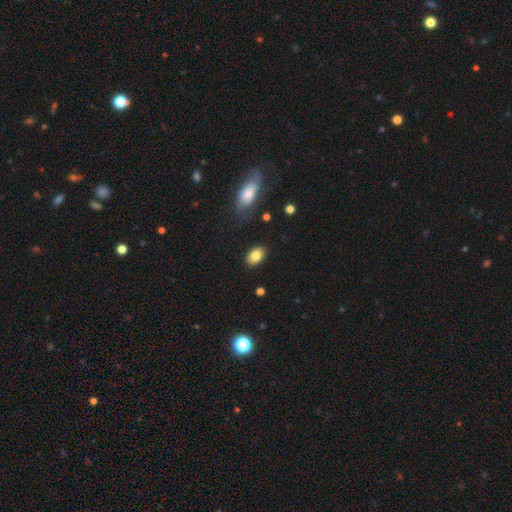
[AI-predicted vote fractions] This is clearly a smooth galaxy (82%). How rounded: clearly in between (85%). Merging: clearly none (87%).